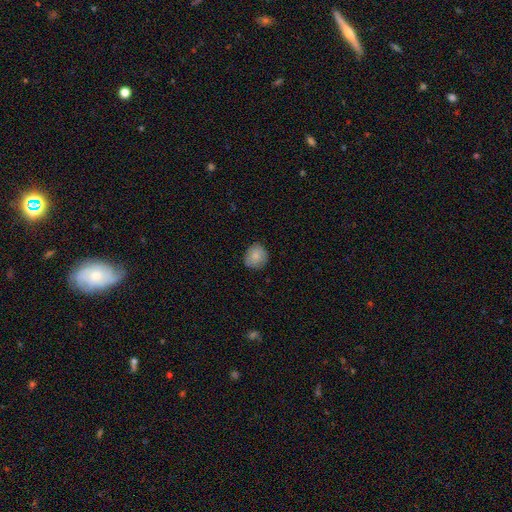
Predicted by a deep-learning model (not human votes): Morphology: type=smooth (84%); roundness=round (83%); merging=none (83%).